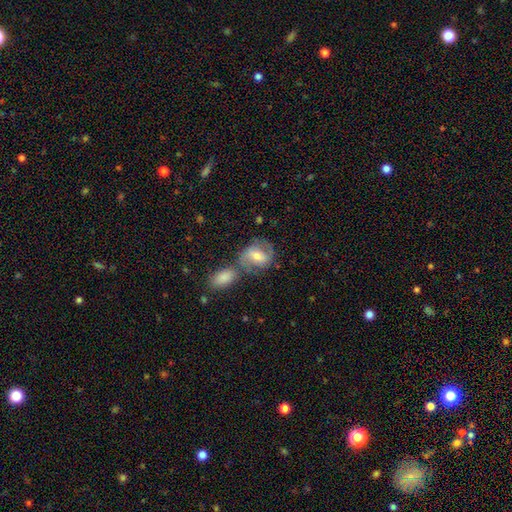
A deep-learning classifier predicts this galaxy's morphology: Smooth or featured?
  - featured or disk: 57% *
  - smooth: 35%
  - star or artifact: 8%
Edge-on disk?
  - no: 95% *
  - yes: 5%
Bar?
  - weak: 45% *
  - strong: 30%
  - no: 25%
Spiral arms?
  - yes: 79% *
  - no: 21%
Bulge size?
  - moderate: 58% *
  - small: 33%
  - large: 5%
  - none: 2%
  - dominant: 1%
Merging?
  - none: 47% *
  - merger: 31%
  - minor disturbance: 15%
  - major disturbance: 7%